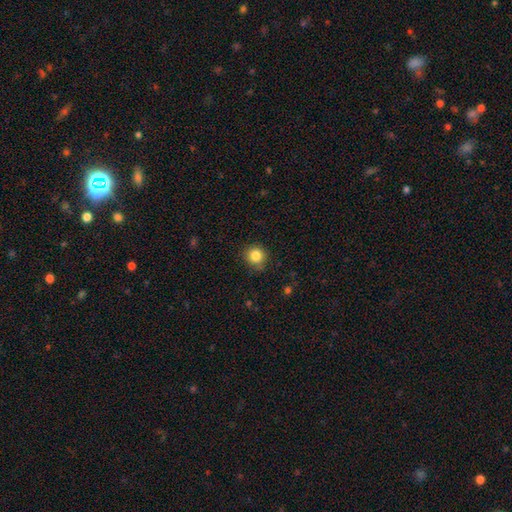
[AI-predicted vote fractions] smooth_or_featured: smooth (p=0.84) [alt: star or artifact p=0.11]
how_rounded: round (p=0.91) [alt: in between p=0.08]
merging: none (p=0.84) [alt: minor disturbance p=0.12]